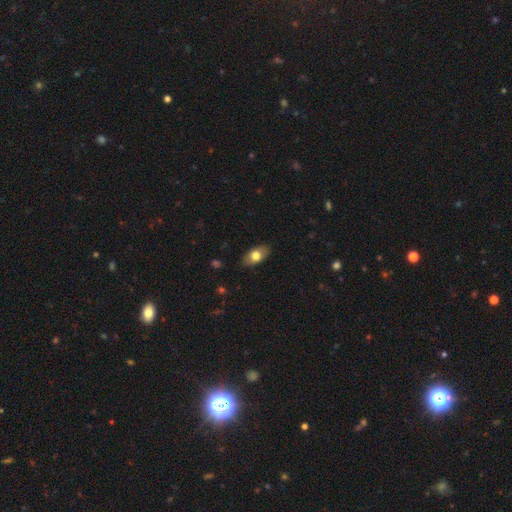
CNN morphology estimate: The model was most divided on "smooth or featured": smooth: 73%, featured or disk: 20%, star or artifact: 7%. More confident: how rounded — in between (89%); merging — none (85%).